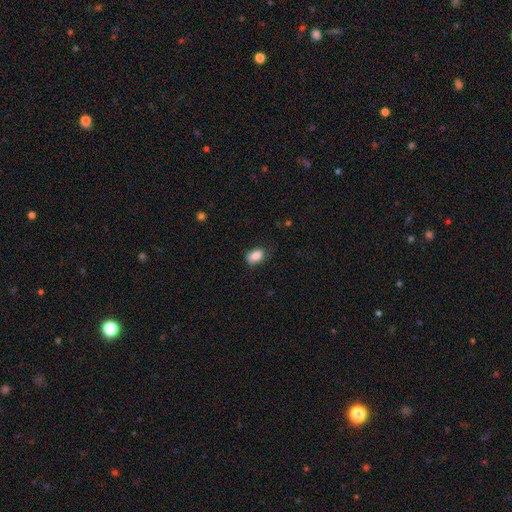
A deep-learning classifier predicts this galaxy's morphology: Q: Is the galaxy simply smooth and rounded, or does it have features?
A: smooth — 86%.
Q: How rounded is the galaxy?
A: in between — 86%.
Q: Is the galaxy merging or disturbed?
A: none — 70%.